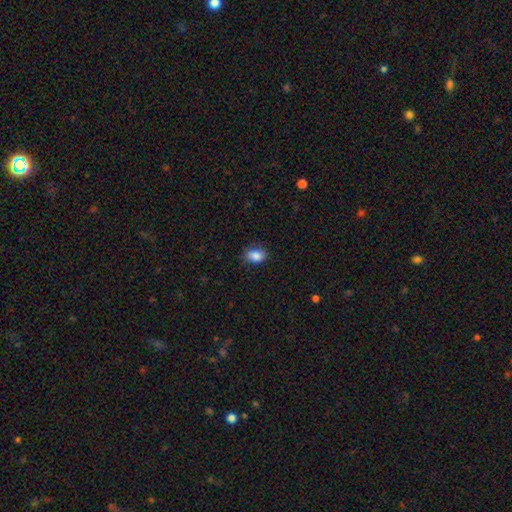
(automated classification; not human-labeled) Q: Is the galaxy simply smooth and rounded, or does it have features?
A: smooth — 87%.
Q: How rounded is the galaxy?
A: in between — 79%.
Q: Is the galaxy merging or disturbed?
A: none — 79%.